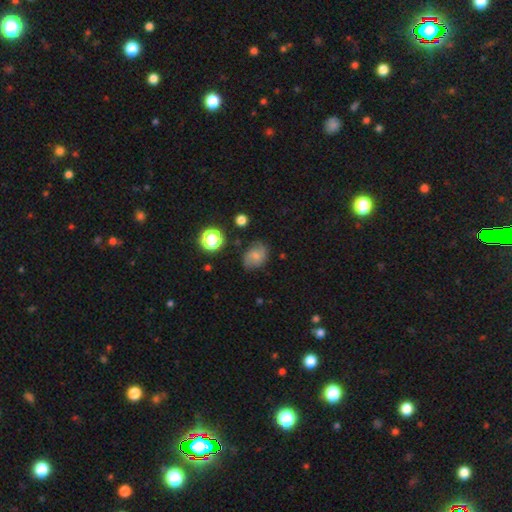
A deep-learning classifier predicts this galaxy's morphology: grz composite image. It shows a smooth galaxy with no disk features (45%). Merging: none (70%).